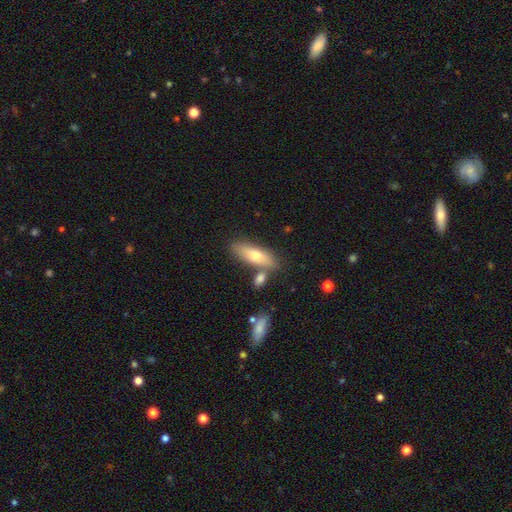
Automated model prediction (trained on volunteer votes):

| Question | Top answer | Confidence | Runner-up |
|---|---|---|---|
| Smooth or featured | smooth | 64% | featured or disk (30%) |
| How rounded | in between | 52% | cigar-shaped (45%) |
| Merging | none | 71% | merger (14%) |